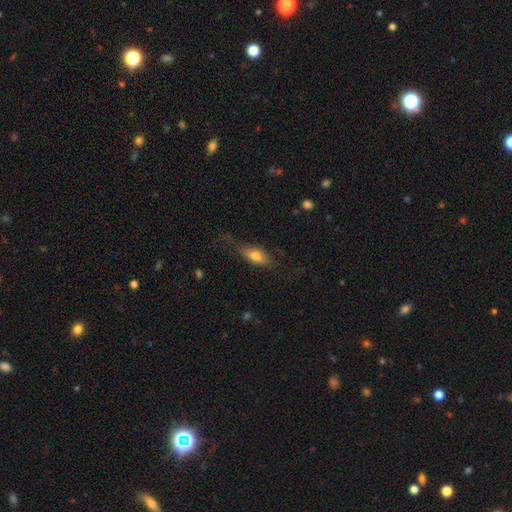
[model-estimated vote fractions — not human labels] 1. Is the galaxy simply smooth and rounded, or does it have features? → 69% smooth, 23% featured or disk, 8% star or artifact.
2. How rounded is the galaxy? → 74% in between, 21% cigar-shaped, 5% round.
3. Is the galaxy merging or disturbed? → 60% none, 24% minor disturbance, 14% major disturbance, 2% merger.